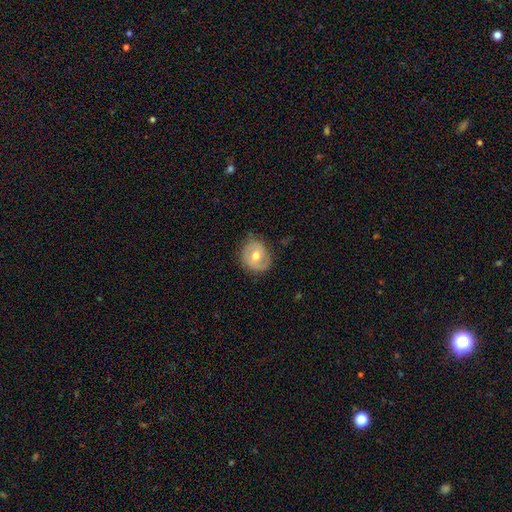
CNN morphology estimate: type=featured or disk (47%, tied with smooth); merging=none (73%).